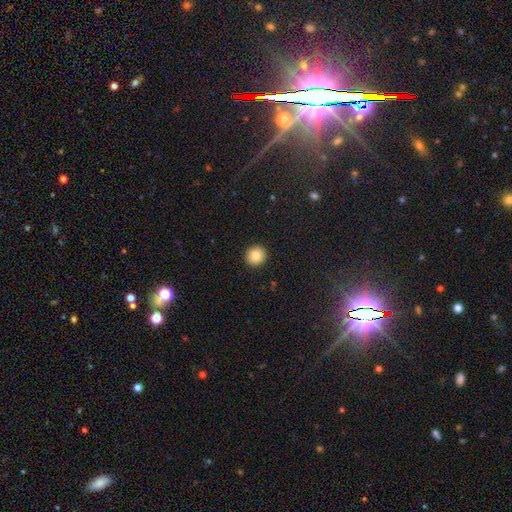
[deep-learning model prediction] Q: Smooth or featured?
A: smooth (83%); runner-up: star or artifact (10%)
Q: How rounded?
A: round (94%); runner-up: in between (5%)
Q: Merging?
A: none (93%); runner-up: minor disturbance (4%)